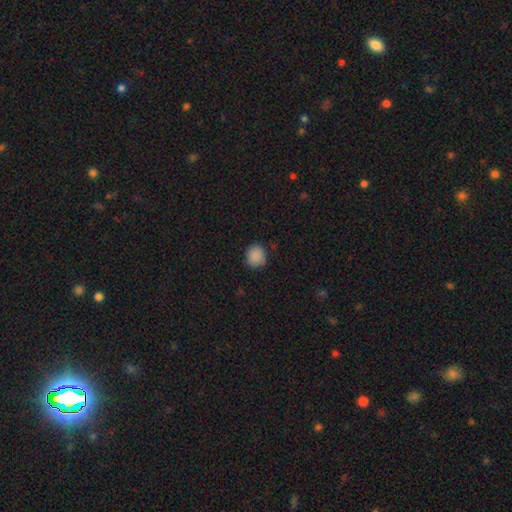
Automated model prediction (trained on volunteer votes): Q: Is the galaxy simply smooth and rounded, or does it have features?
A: smooth — 88%.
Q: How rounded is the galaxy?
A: round — 84%.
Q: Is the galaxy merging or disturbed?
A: none — 83%.